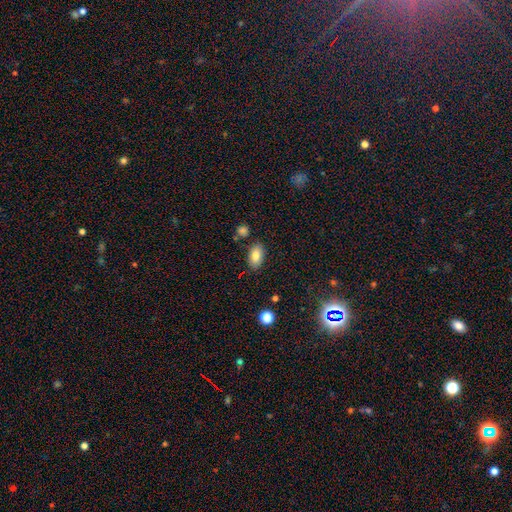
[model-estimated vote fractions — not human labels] smooth-or-featured: smooth: 82% | featured or disk: 10% | star or artifact: 8%
  how-rounded: in between: 92% | round: 5% | cigar-shaped: 3%
  merging: none: 83% | minor disturbance: 11% | merger: 4% | major disturbance: 2%